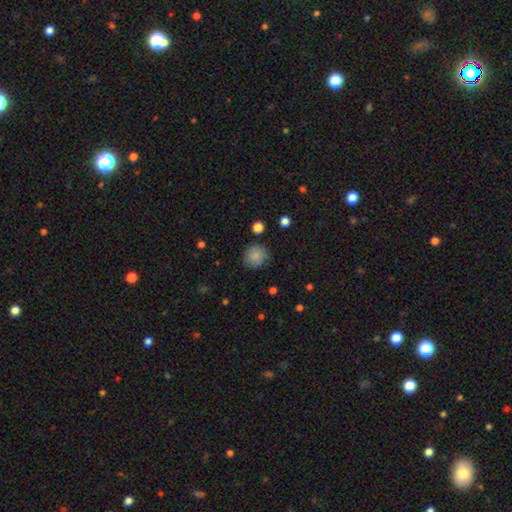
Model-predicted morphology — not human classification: Smooth or featured: smooth — 83% (star or artifact — 9%)
How rounded: round — 86% (in between — 13%)
Merging: none — 78% (minor disturbance — 16%)